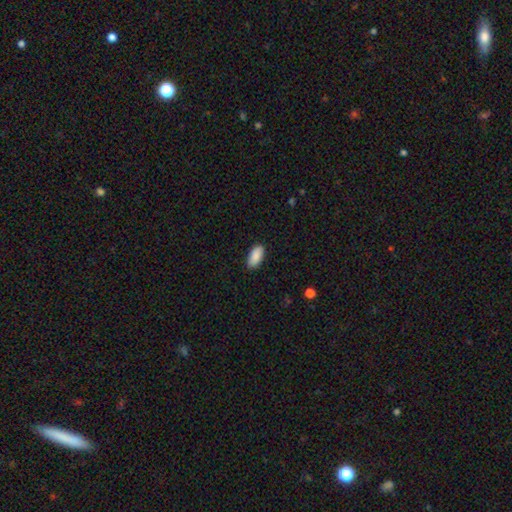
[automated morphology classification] smooth_or_featured: smooth (p=0.90) [alt: star or artifact p=0.06]
how_rounded: in between (p=0.93) [alt: cigar-shaped p=0.05]
merging: none (p=0.88) [alt: minor disturbance p=0.09]